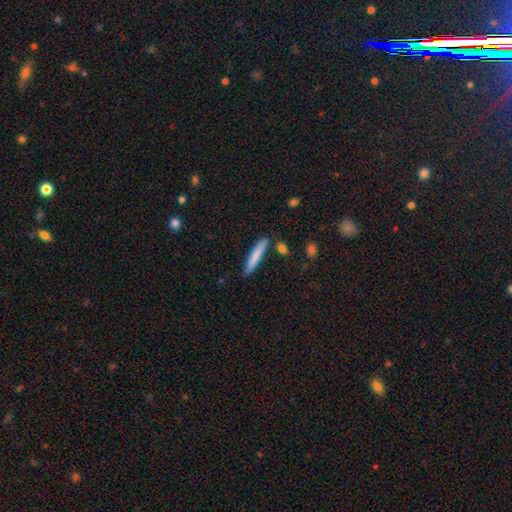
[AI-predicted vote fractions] Overall: smooth (77%). How rounded: cigar-shaped (93%). Merging: none (83%).